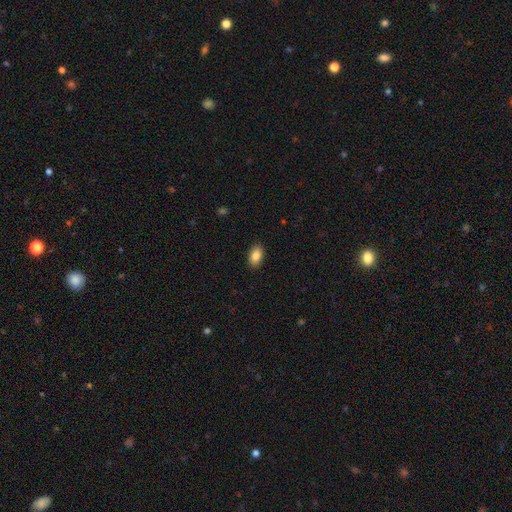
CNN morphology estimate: smooth-or-featured: smooth: 87% | star or artifact: 7% | featured or disk: 6%
  how-rounded: in between: 93% | round: 5% | cigar-shaped: 3%
  merging: none: 89% | minor disturbance: 8% | major disturbance: 2% | merger: 1%